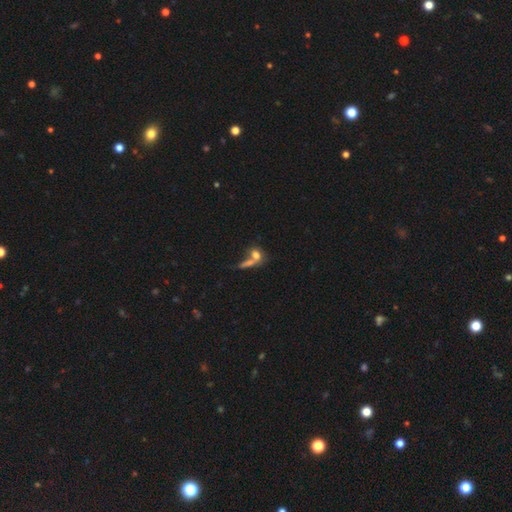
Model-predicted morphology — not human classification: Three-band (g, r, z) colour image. It shows a smooth galaxy with no disk features (63%) that is round (45%). Merging: merger (48%).